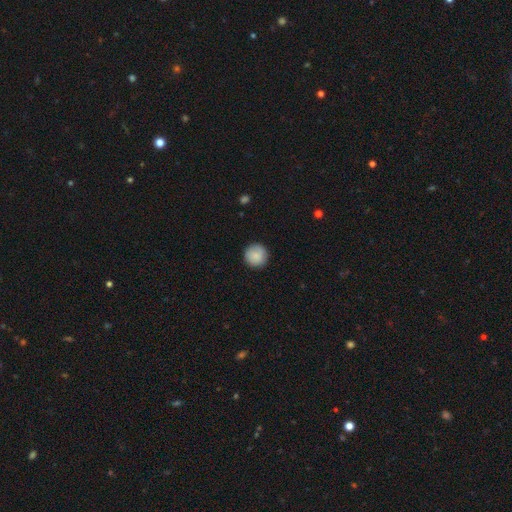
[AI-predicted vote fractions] smooth_or_featured: smooth (p=0.86) [alt: featured or disk p=0.07]
how_rounded: round (p=0.95) [alt: in between p=0.04]
merging: none (p=0.88) [alt: minor disturbance p=0.09]